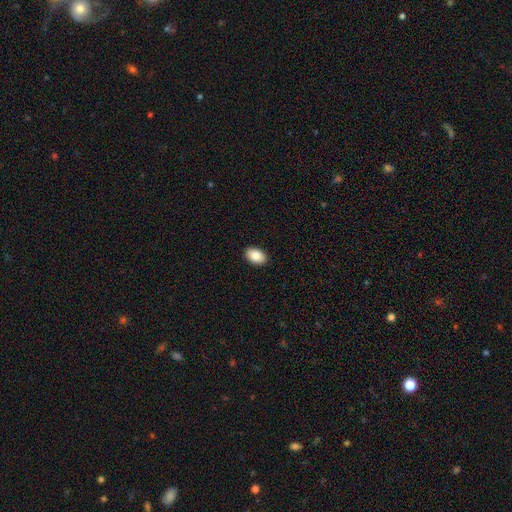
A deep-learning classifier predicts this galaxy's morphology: The model was most divided on "how rounded": in between: 88%, round: 11%, cigar-shaped: 1%. More confident: merging — none (91%); smooth or featured — smooth (86%).